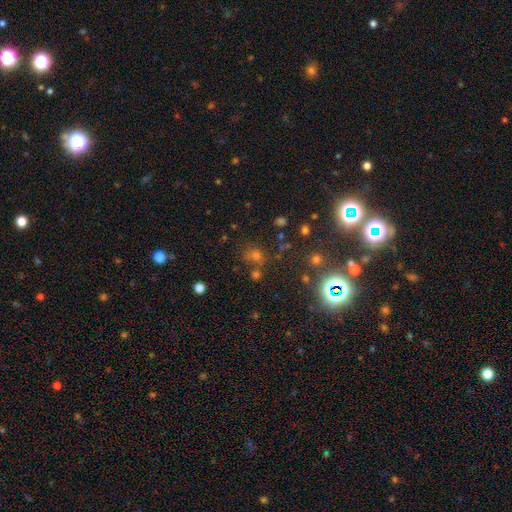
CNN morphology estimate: This appears to be a star or artifact, not a galaxy (52%).